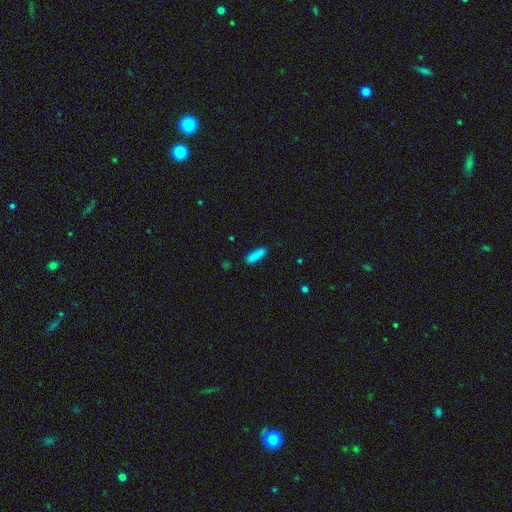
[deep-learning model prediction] This is clearly a smooth galaxy (86%). How rounded: possibly cigar-shaped (51%). Merging: clearly none (82%).